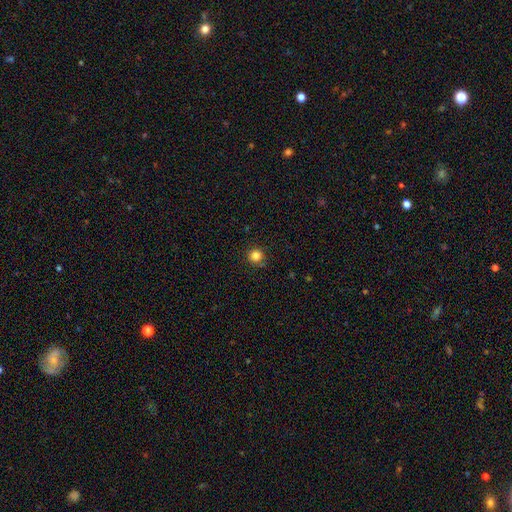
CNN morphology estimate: smooth_or_featured: smooth (p=0.83) [alt: star or artifact p=0.12]
how_rounded: round (p=0.94) [alt: in between p=0.05]
merging: none (p=0.87) [alt: minor disturbance p=0.09]